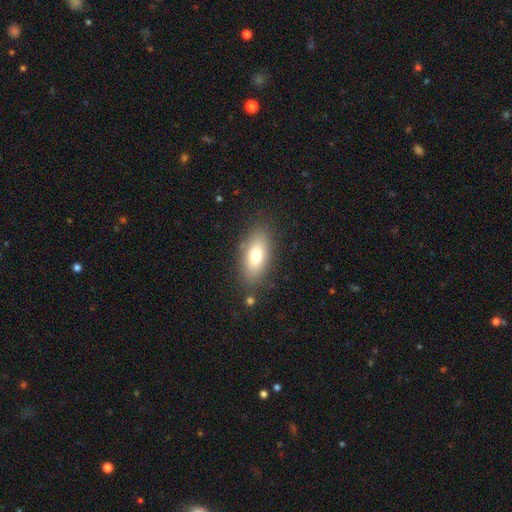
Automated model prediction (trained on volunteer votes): Overall: smooth (74%). How rounded: in between (84%). Merging: none (82%).